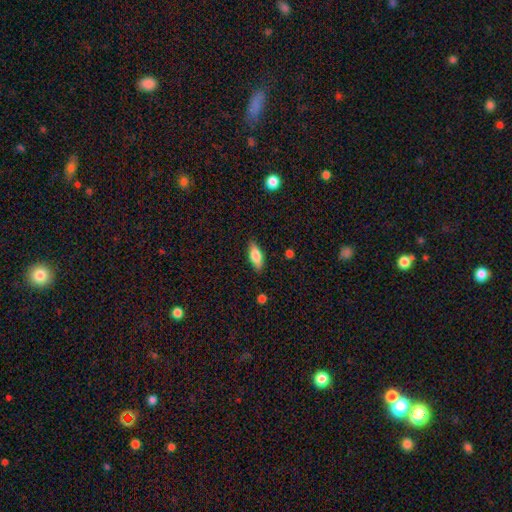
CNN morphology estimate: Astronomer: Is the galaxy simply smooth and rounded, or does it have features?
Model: smooth — 71%.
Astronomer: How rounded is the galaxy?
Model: in between — 72%.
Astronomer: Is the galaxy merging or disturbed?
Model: none — 85%.